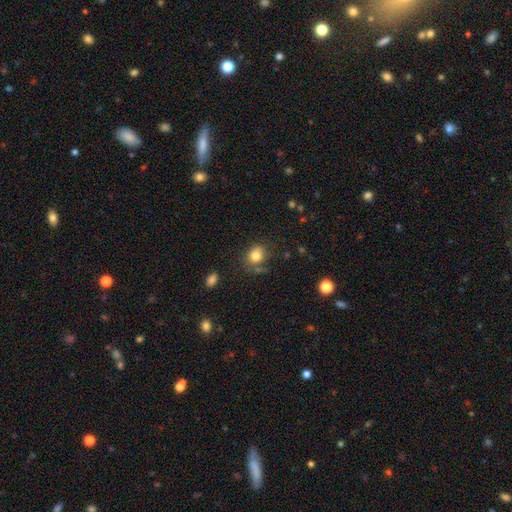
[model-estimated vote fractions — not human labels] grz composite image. It shows a smooth galaxy with no disk features (80%) that is round (61%). Merging: none (65%).